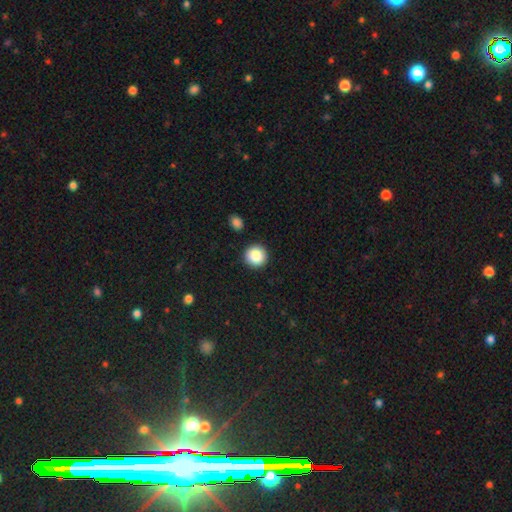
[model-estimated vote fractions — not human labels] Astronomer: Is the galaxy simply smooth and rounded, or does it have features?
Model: smooth — 87%.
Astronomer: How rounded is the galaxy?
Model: round — 95%.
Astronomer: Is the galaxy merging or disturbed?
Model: none — 91%.